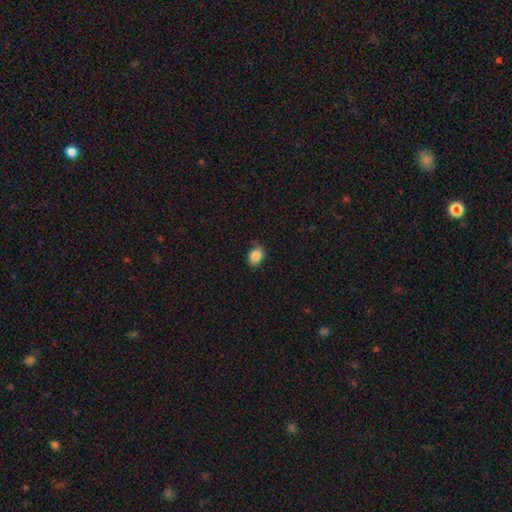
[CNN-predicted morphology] Q: Smooth or featured?
A: smooth (86%); runner-up: star or artifact (9%)
Q: How rounded?
A: in between (62%); runner-up: round (37%)
Q: Merging?
A: none (77%); runner-up: minor disturbance (18%)